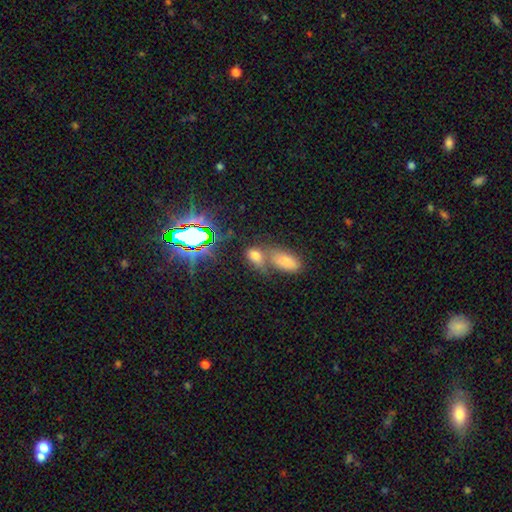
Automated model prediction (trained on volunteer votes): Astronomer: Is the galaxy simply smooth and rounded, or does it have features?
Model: smooth — 64%.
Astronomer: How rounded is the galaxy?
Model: in between — 84%.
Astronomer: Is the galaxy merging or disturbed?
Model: merger — 42% (runner-up: none, 39%).